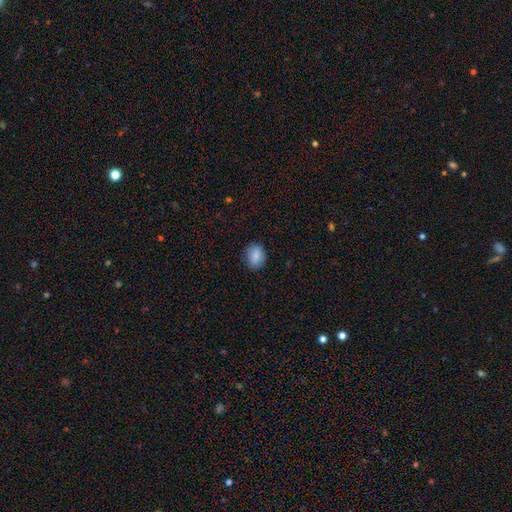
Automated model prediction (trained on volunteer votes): Smooth or featured? Predicted: smooth (p=0.87). How rounded? Predicted: in between (p=0.64). Merging? Predicted: none (p=0.82).